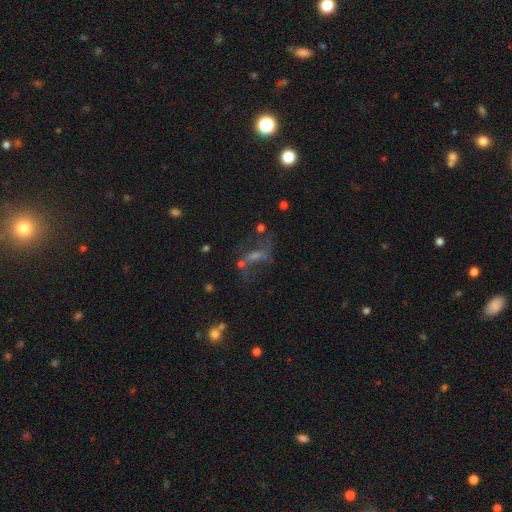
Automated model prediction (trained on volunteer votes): Smooth or featured: featured or disk — 53% (star or artifact — 26%)
Edge-on disk: no — 88% (yes — 12%)
Merging: none — 46% (major disturbance — 26%)